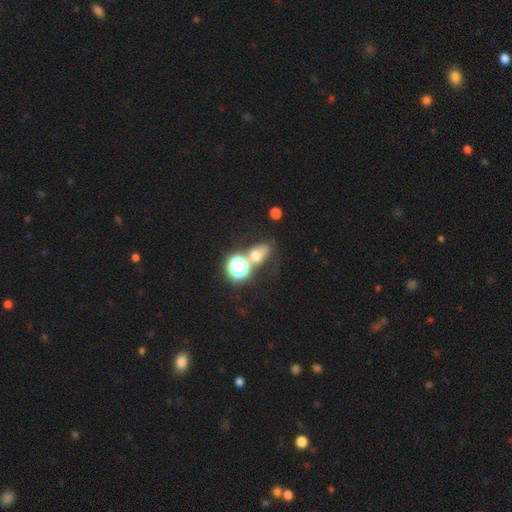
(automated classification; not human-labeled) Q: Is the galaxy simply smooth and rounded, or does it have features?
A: smooth — 55%.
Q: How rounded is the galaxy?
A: in between — 57%.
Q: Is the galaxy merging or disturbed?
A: none — 45%.